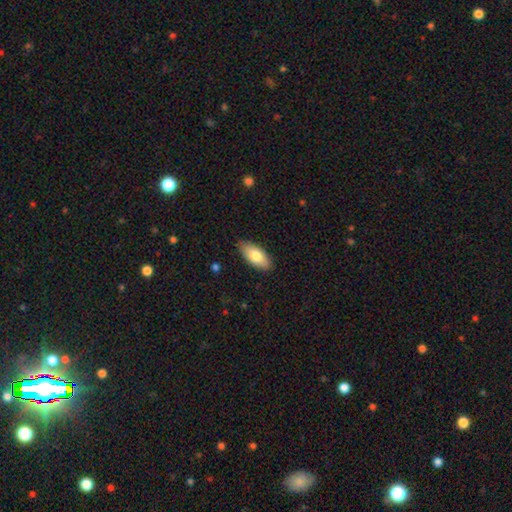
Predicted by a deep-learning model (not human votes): smooth-or-featured: smooth: 79% | featured or disk: 16% | star or artifact: 6%
  how-rounded: in between: 91% | cigar-shaped: 7% | round: 2%
  merging: none: 87% | minor disturbance: 10% | major disturbance: 2% | merger: 1%